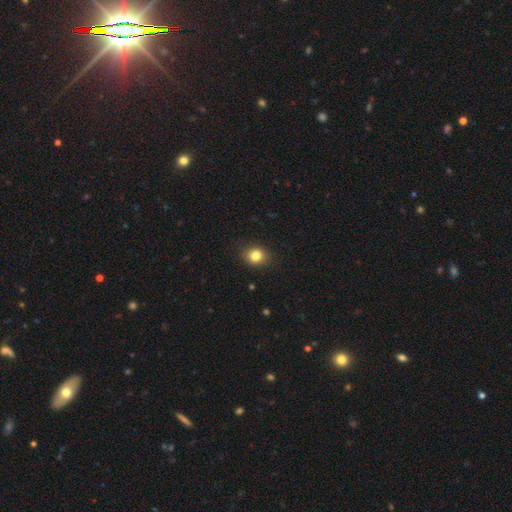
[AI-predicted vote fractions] Smooth or featured? Predicted: smooth (p=0.82). How rounded? Predicted: round (p=0.68). Merging? Predicted: none (p=0.88).